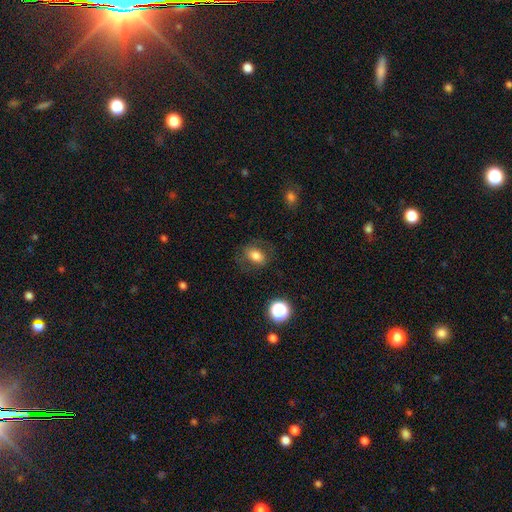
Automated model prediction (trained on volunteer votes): Smooth or featured? Predicted: smooth (p=0.73). How rounded? Predicted: in between (p=0.74). Merging? Predicted: none (p=0.74).